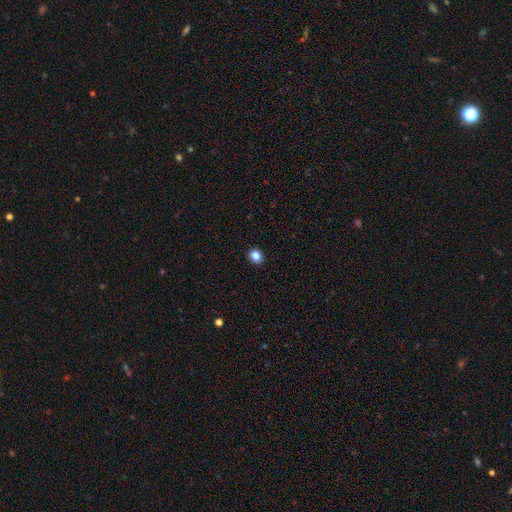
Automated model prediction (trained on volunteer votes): This appears to be a smooth galaxy with no disk features (84%) that is round (70%). Merging: none (91%).